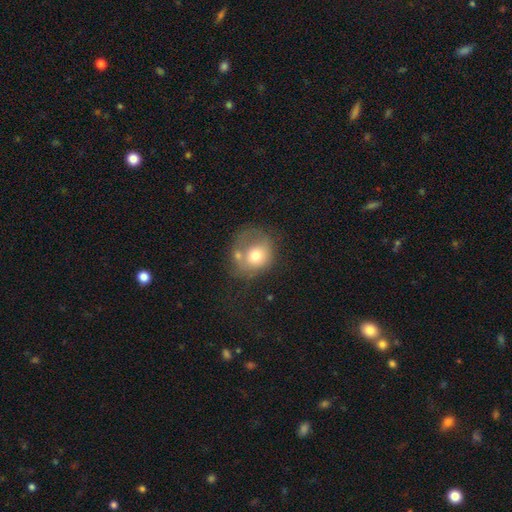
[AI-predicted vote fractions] Q: Smooth or featured?
A: smooth (65%); runner-up: featured or disk (26%)
Q: How rounded?
A: round (72%); runner-up: in between (27%)
Q: Merging?
A: none (30%); runner-up: merger (27%)